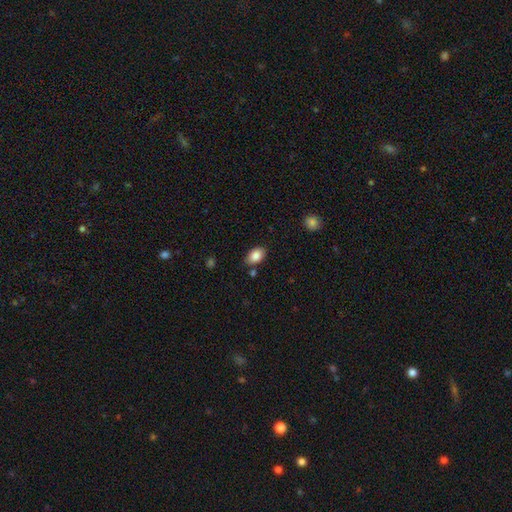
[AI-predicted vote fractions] Smooth or featured? smooth (86%)
How rounded? in between (88%)
Merging? none (80%)